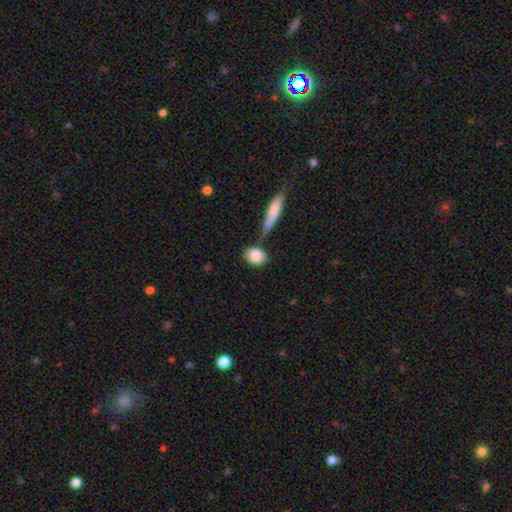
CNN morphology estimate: Smooth or featured: smooth — 86% (featured or disk — 8%)
How rounded: in between — 50% (round — 45%)
Merging: none — 59% (merger — 20%)